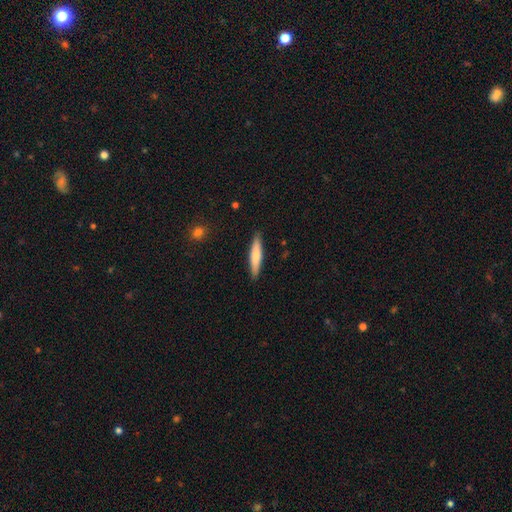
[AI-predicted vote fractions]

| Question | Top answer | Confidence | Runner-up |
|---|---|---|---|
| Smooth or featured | smooth | 72% | featured or disk (23%) |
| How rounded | cigar-shaped | 86% | in between (12%) |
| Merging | none | 89% | minor disturbance (8%) |